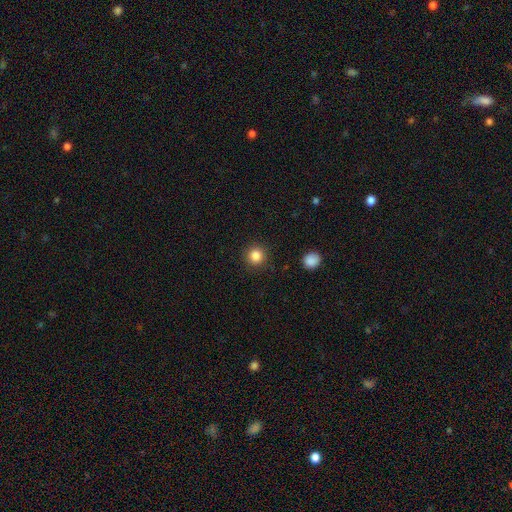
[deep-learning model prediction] This appears to be a smooth galaxy with no disk features (85%) that is round (94%). Merging: none (91%).